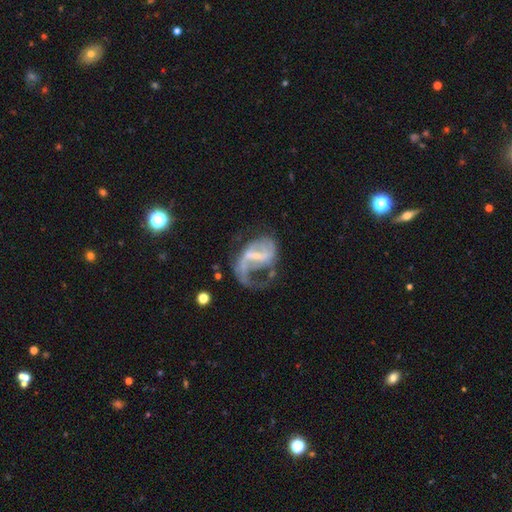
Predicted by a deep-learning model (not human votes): Smooth or featured?
  - featured or disk: 83% *
  - smooth: 11%
  - star or artifact: 7%
Edge-on disk?
  - no: 97% *
  - yes: 3%
Bar?
  - weak: 47% *
  - strong: 36%
  - no: 17%
Spiral arms?
  - yes: 87% *
  - no: 13%
Spiral winding?
  - loose: 53% *
  - medium: 36%
  - tight: 11%
Spiral arm count?
  - 2: 48% *
  - 1: 40%
  - can't tell: 8%
  - 3: 2%
  - 4: 1%
  - more than 4: 1%
Bulge size?
  - small: 62% *
  - moderate: 22%
  - none: 14%
  - large: 2%
  - dominant: 1%
Merging?
  - major disturbance: 47% *
  - none: 30%
  - minor disturbance: 18%
  - merger: 4%